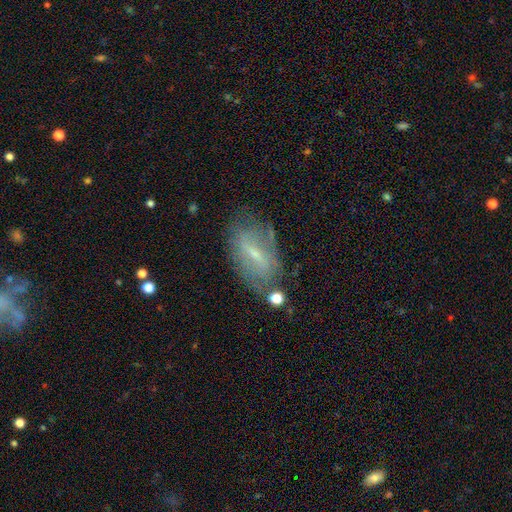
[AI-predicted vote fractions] The model was most divided on "smooth or featured": featured or disk: 59%, smooth: 28%, star or artifact: 13%. More confident: edge-on disk — no (83%); merging — none (67%).